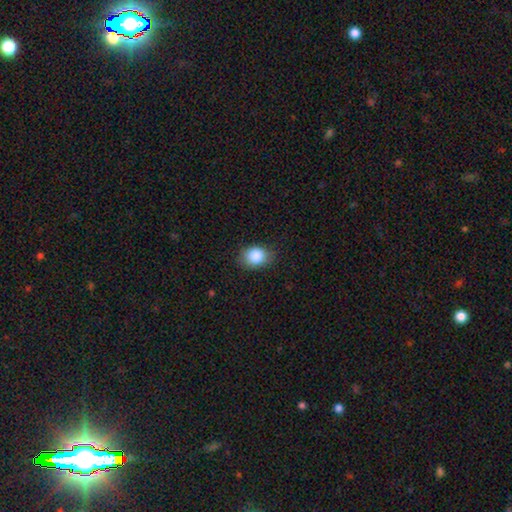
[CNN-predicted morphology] This is clearly a smooth galaxy (86%). How rounded: possibly in between (54%). Merging: likely none (78%).